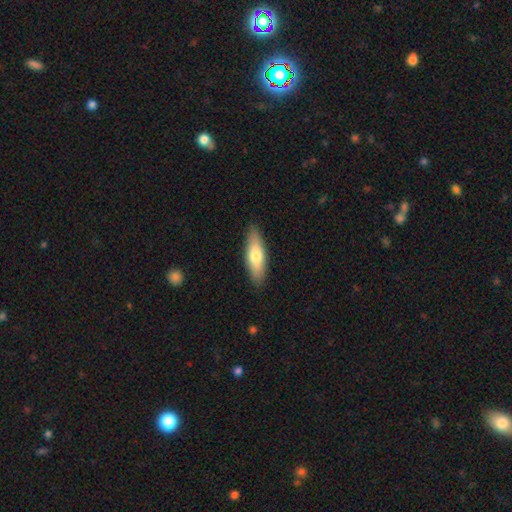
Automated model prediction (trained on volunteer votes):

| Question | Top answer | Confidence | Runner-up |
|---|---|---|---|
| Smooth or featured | smooth | 70% | featured or disk (24%) |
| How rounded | in between | 52% | cigar-shaped (46%) |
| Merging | none | 88% | minor disturbance (9%) |